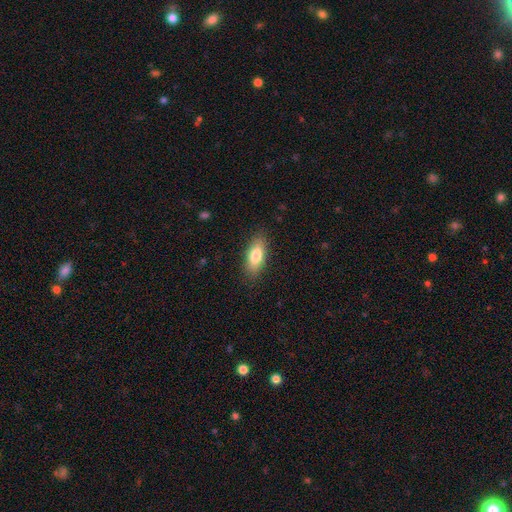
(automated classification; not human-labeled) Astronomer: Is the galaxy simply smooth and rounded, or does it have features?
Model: smooth — 80%.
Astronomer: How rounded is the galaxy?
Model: in between — 79%.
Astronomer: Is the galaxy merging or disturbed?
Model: none — 86%.